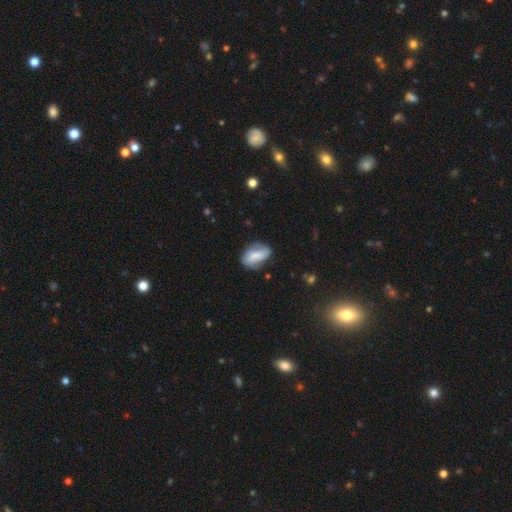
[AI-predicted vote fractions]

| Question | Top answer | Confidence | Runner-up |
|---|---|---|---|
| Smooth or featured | smooth | 64% | featured or disk (29%) |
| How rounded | in between | 88% | round (9%) |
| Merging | none | 64% | minor disturbance (26%) |